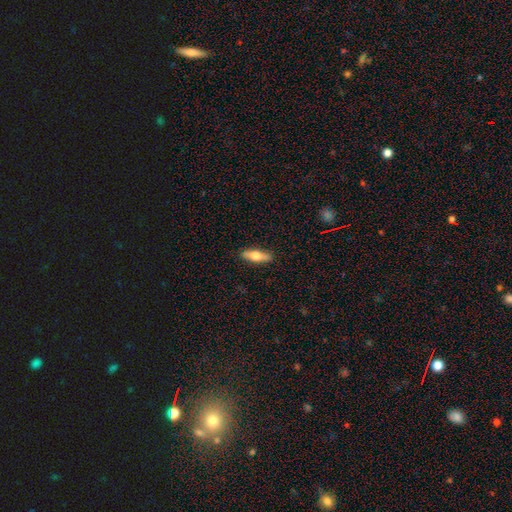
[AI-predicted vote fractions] smooth_or_featured: smooth (p=0.53) [alt: featured or disk p=0.41]
how_rounded: cigar-shaped (p=0.55) [alt: in between p=0.42]
merging: none (p=0.90) [alt: minor disturbance p=0.08]